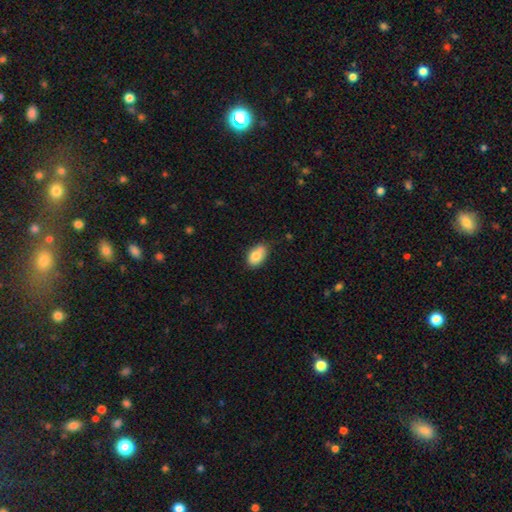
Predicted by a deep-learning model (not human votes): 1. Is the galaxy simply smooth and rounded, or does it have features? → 82% smooth, 10% featured or disk, 8% star or artifact.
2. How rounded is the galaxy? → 88% in between, 11% round, 1% cigar-shaped.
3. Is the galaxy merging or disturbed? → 66% none, 25% minor disturbance, 5% merger, 4% major disturbance.